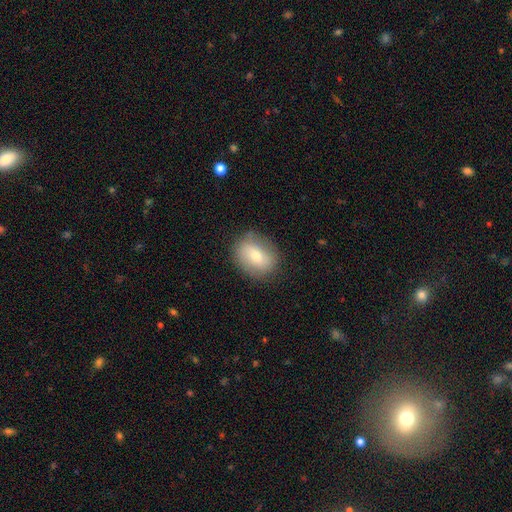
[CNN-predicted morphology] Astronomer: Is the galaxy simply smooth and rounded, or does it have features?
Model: smooth — 66%.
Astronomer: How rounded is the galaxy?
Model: in between — 50% (runner-up: round, 49%).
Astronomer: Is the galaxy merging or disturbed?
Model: none — 81%.